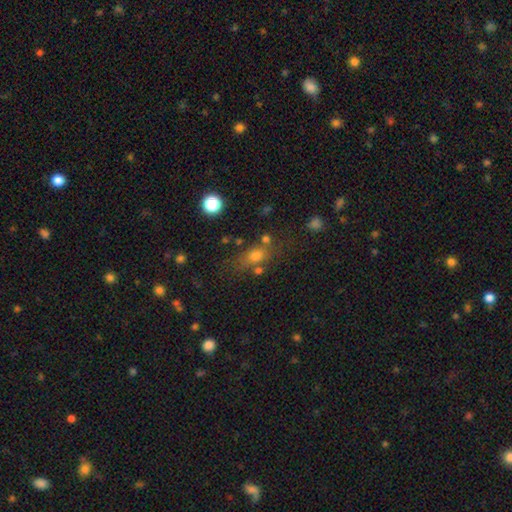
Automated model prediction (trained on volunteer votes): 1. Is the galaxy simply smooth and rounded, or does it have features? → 66% smooth, 20% star or artifact, 14% featured or disk.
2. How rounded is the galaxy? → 56% in between, 32% round, 12% cigar-shaped.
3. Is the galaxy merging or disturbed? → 61% none, 17% minor disturbance, 13% merger, 9% major disturbance.